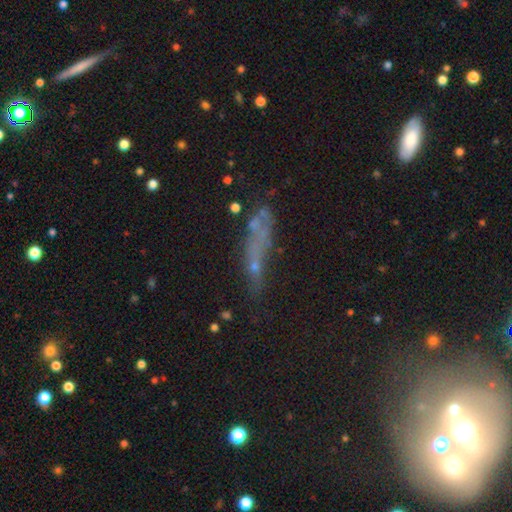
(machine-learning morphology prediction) Smooth or featured? smooth (40%)
Merging? none (44%)